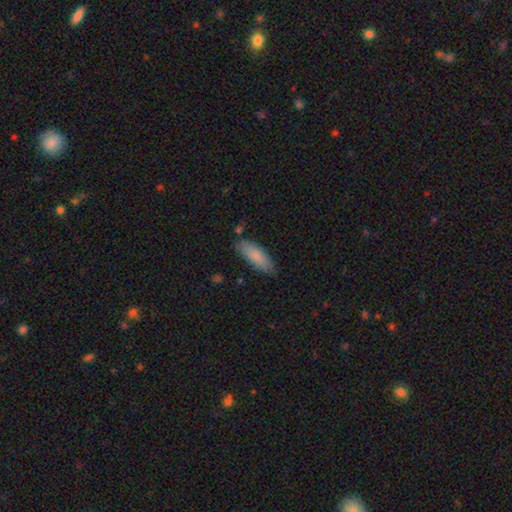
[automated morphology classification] This is clearly a smooth galaxy (83%). How rounded: likely in between (62%). Merging: likely none (78%).